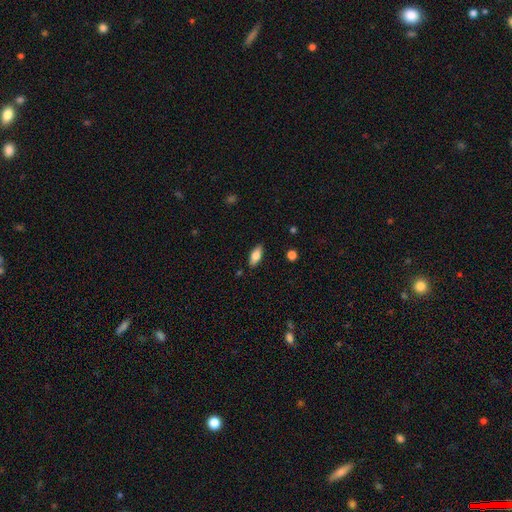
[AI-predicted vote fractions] Q: Smooth or featured?
A: smooth (78%); runner-up: featured or disk (15%)
Q: How rounded?
A: in between (82%); runner-up: cigar-shaped (15%)
Q: Merging?
A: none (87%); runner-up: minor disturbance (10%)